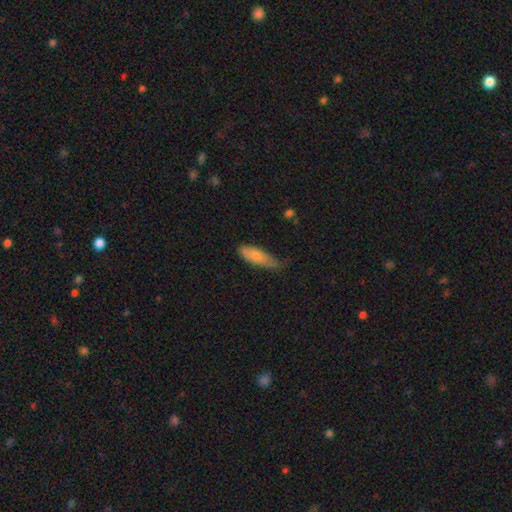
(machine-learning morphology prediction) A smooth galaxy with no disk features (79%) that is in between round and cigar-shaped (55%). Merging: none (46%).